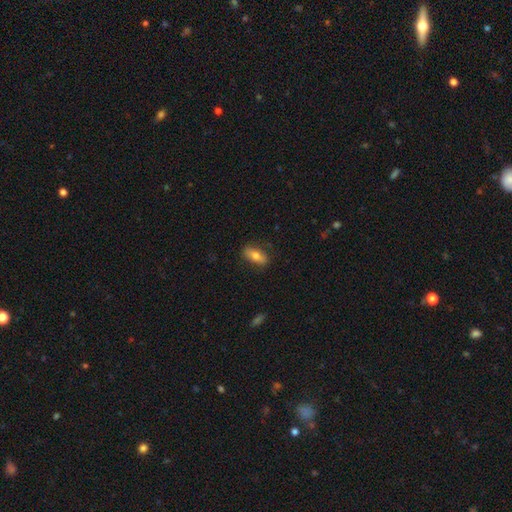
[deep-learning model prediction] Smooth or featured? Predicted: smooth (p=0.72). How rounded? Predicted: in between (p=0.80). Merging? Predicted: none (p=0.83).